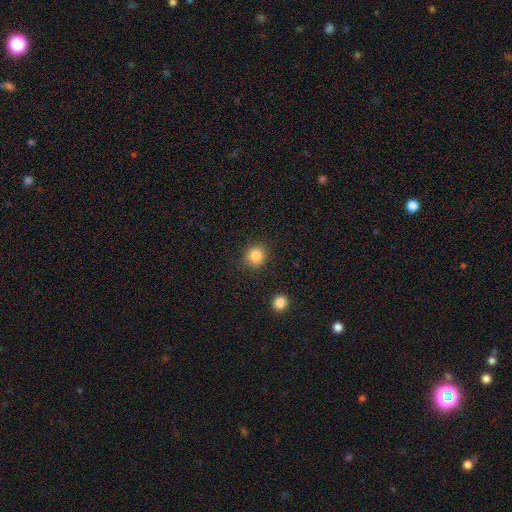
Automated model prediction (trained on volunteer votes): Overall: smooth (84%). How rounded: round (89%). Merging: none (89%).